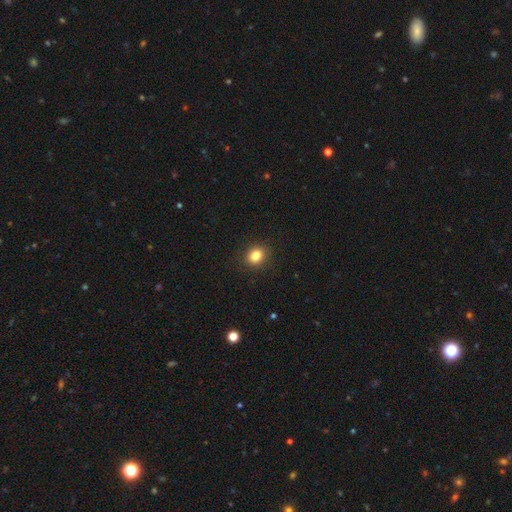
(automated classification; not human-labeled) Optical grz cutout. It shows a smooth galaxy with no disk features (84%) that is round (61%). Merging: none (89%).